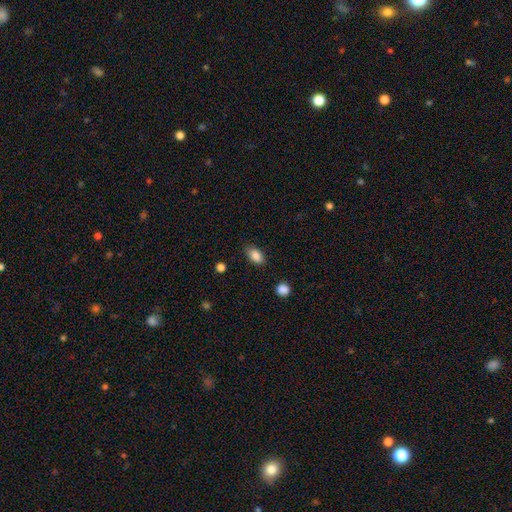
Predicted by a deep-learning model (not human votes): smooth 87%, star or artifact 8%, featured or disk 5%. Down the decision tree: how rounded — in between (88%); merging — none (84%).